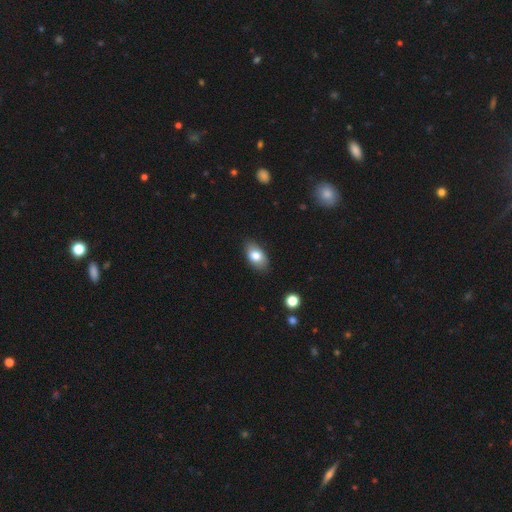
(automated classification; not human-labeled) The model was most divided on "smooth or featured": smooth: 78%, featured or disk: 14%, star or artifact: 7%. More confident: how rounded — in between (91%); merging — none (85%).